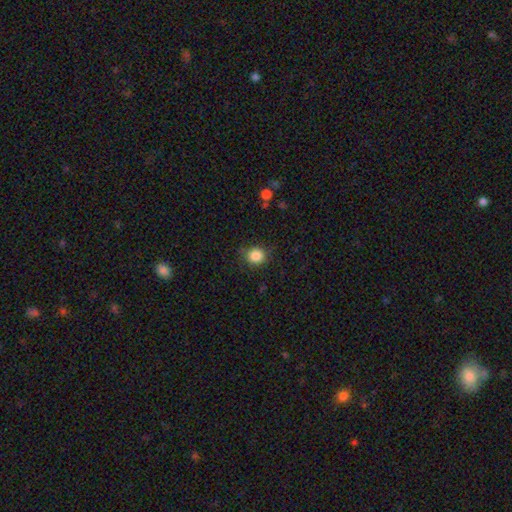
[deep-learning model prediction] This appears to be a smooth galaxy with no disk features (86%) that is round (84%). Merging: none (81%).